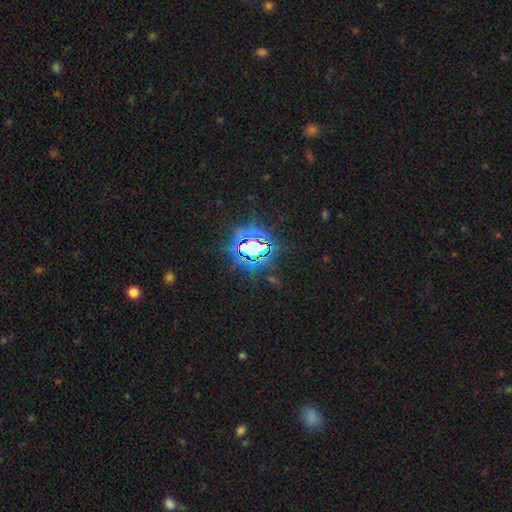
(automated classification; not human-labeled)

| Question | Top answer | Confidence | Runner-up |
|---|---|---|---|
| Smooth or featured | star or artifact | 82% | smooth (11%) |